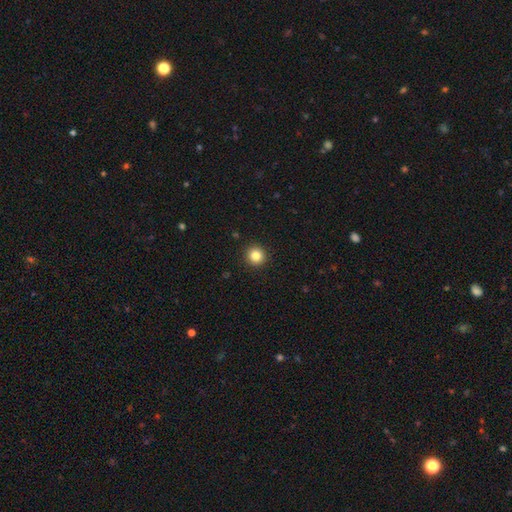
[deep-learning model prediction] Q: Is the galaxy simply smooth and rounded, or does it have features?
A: smooth — 83%.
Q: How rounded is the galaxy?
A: round — 94%.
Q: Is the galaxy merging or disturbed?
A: none — 93%.